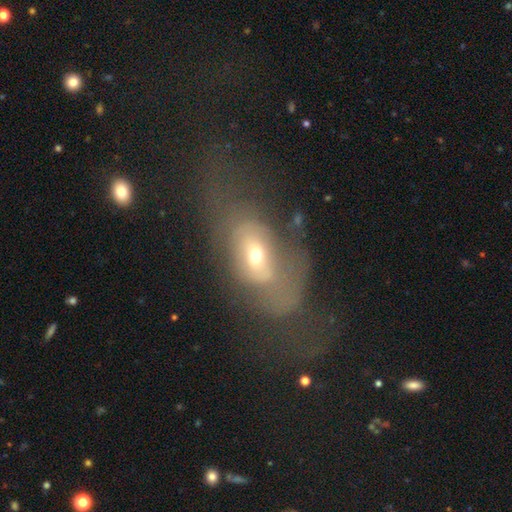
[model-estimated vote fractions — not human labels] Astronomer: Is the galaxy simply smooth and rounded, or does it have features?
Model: featured or disk — 47% (runner-up: smooth, 41%).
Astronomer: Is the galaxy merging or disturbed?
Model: major disturbance — 53%.